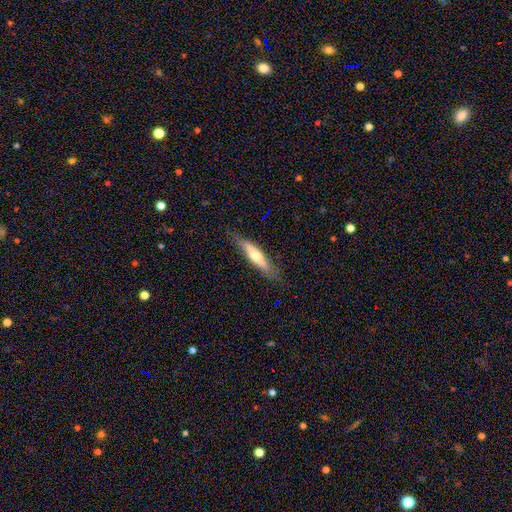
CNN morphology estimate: This is possibly a smooth galaxy (49%). Merging: likely none (79%).